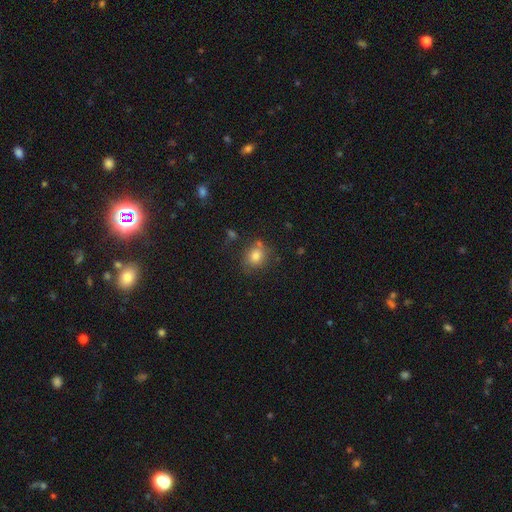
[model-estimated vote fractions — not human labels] Overall: smooth (79%). How rounded: round (62%; in between 37%). Merging: none (69%).